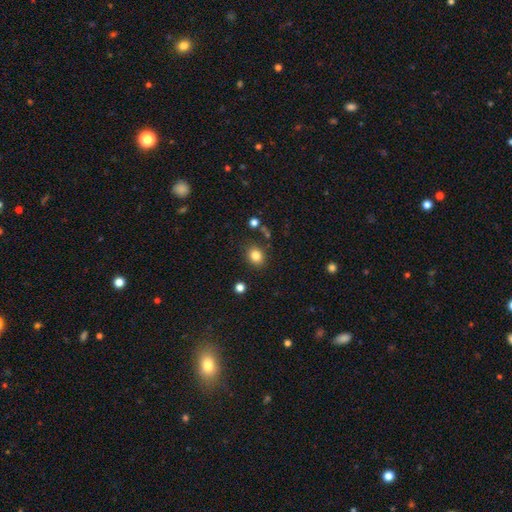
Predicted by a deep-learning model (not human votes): smooth_or_featured: smooth (p=0.83) [alt: star or artifact p=0.11]
how_rounded: round (p=0.57) [alt: in between p=0.42]
merging: none (p=0.83) [alt: minor disturbance p=0.11]